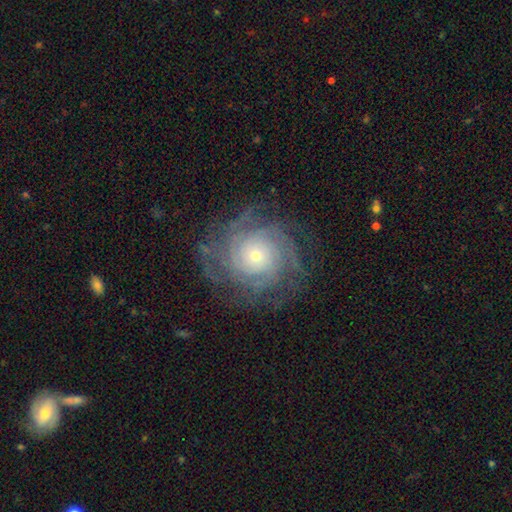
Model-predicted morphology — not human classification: Smooth or featured? Predicted: featured or disk (p=0.83). Edge-on disk? Predicted: no (p=0.97). Bar? Predicted: no (p=0.82). Spiral arms? Predicted: yes (p=0.96). Spiral winding? Predicted: tight (p=0.75). Spiral arm count? Predicted: can't tell (p=0.30). Bulge size? Predicted: small (p=0.65). Merging? Predicted: none (p=0.79).